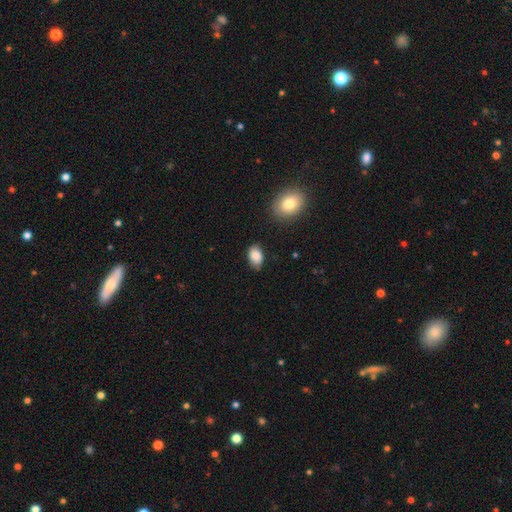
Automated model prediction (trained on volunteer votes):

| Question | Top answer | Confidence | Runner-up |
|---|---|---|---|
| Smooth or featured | smooth | 85% | star or artifact (8%) |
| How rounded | in between | 89% | round (10%) |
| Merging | none | 78% | minor disturbance (17%) |